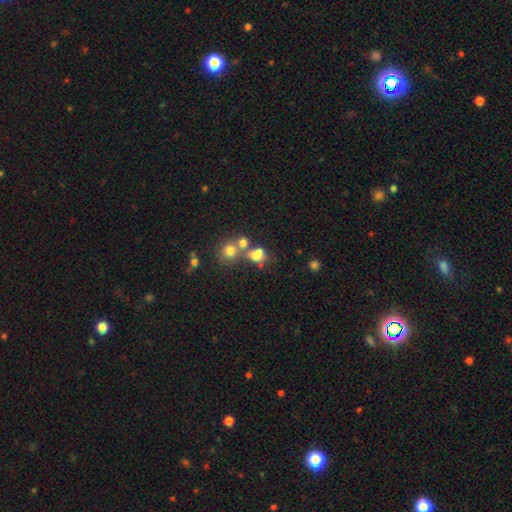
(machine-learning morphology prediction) type=smooth (65%); roundness=round (55%); merging=merger (46%).